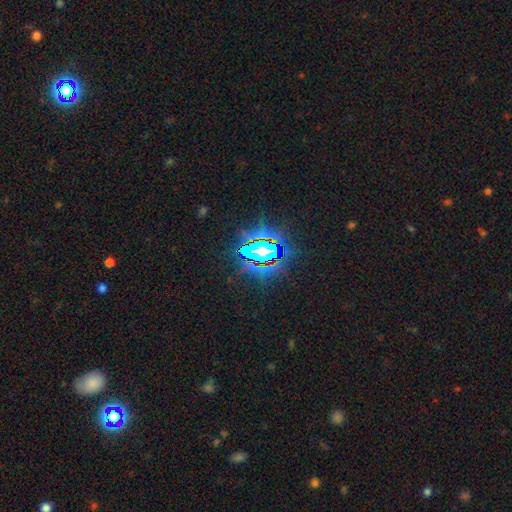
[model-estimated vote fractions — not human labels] Smooth or featured? star or artifact (77%)